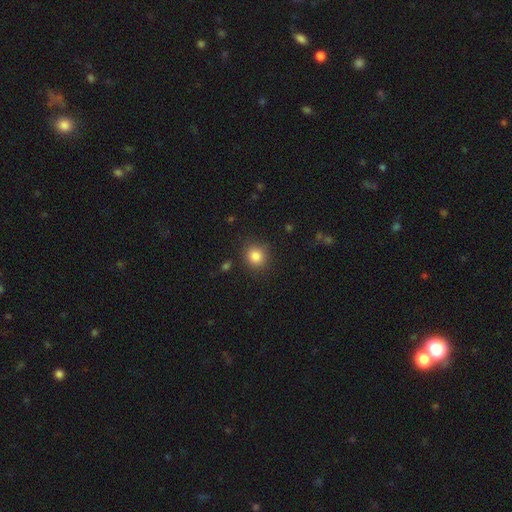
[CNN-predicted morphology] A smooth galaxy with no disk features (85%) that is round (85%).

Vote fractions:
- Smooth or featured? smooth: 85% / star or artifact: 11% / featured or disk: 5%
- How rounded? round: 85% / in between: 14% / cigar-shaped: 1%
- Merging? none: 86% / minor disturbance: 10% / major disturbance: 3% / merger: 2%